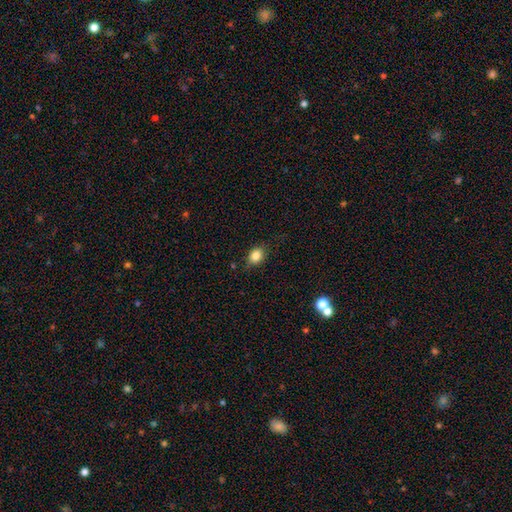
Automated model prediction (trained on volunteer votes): smooth-or-featured: smooth: 84% | star or artifact: 10% | featured or disk: 6%
  how-rounded: in between: 54% | round: 45% | cigar-shaped: 1%
  merging: none: 79% | minor disturbance: 16% | major disturbance: 4% | merger: 1%